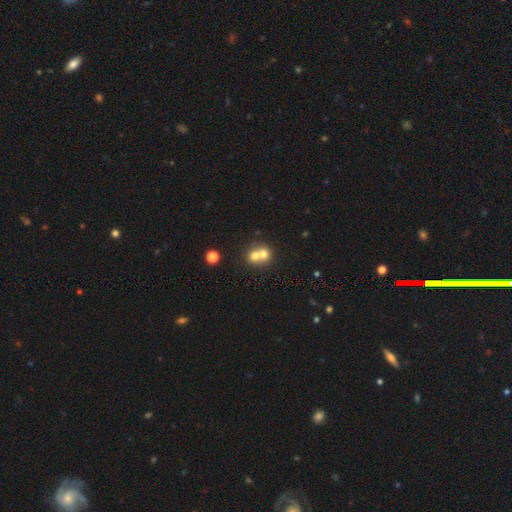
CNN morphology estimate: This is likely a smooth galaxy (68%). How rounded: likely round (79%). Merging: likely merger (64%).